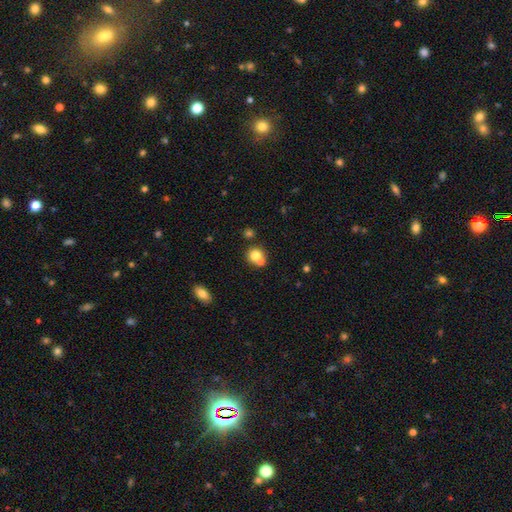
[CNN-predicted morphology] A smooth galaxy with no disk features (75%) that is round (86%). Merging: none (51%).